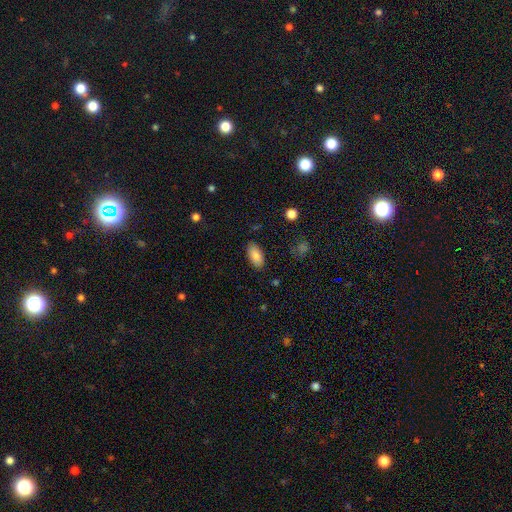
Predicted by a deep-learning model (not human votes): smooth 87%, star or artifact 7%, featured or disk 6%. Down the decision tree: how rounded — in between (91%); merging — none (85%).